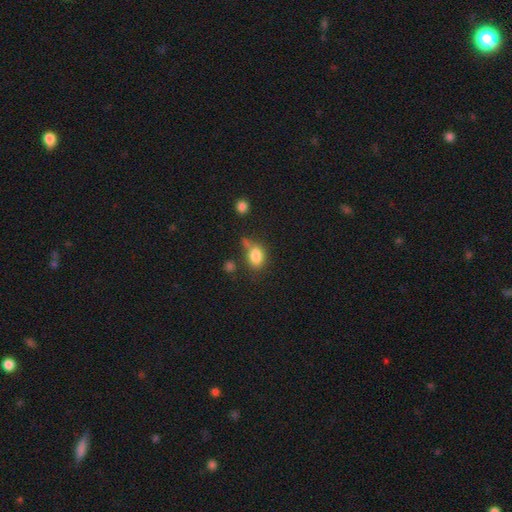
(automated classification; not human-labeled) The model was most divided on "merging": none: 49%, minor disturbance: 25%, merger: 16%, major disturbance: 11%. More confident: smooth or featured — smooth (83%); how rounded — in between (72%).